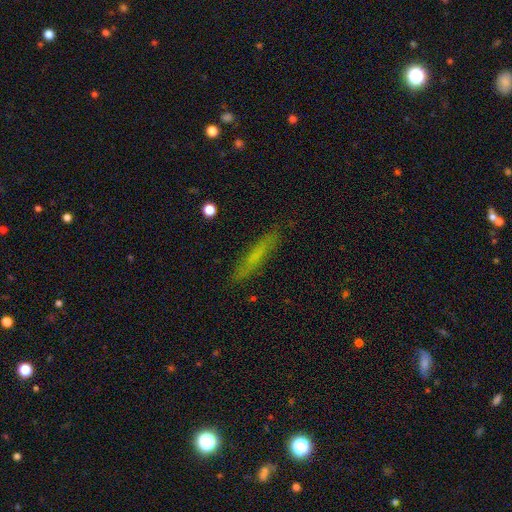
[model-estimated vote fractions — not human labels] Smooth or featured: smooth — 61% (featured or disk — 30%)
How rounded: cigar-shaped — 90% (in between — 8%)
Merging: none — 86% (minor disturbance — 10%)